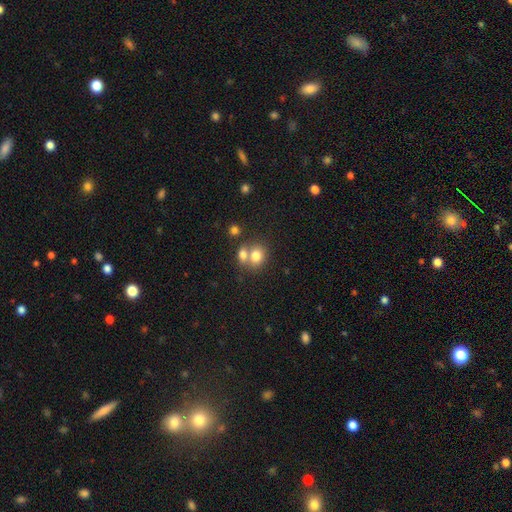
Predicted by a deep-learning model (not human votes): A smooth galaxy with no disk features (77%) that is round (57%).

Vote fractions:
- Smooth or featured? smooth: 77% / featured or disk: 12% / star or artifact: 11%
- How rounded? round: 57% / in between: 42% / cigar-shaped: 1%
- Merging? merger: 50% / none: 39% / minor disturbance: 8% / major disturbance: 3%